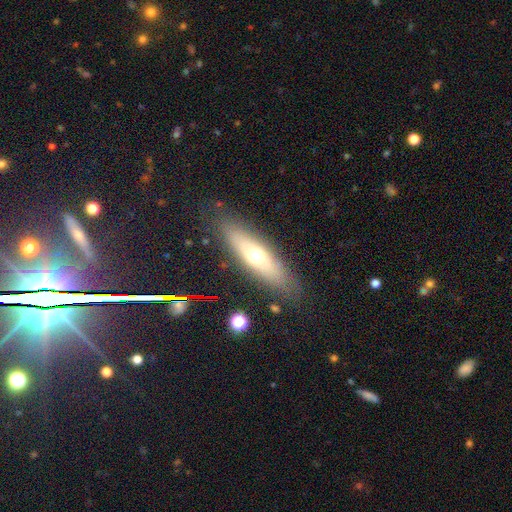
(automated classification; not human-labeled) Overall: smooth (51%; featured or disk 40%). How rounded: cigar-shaped (61%; in between 37%). Merging: none (83%).